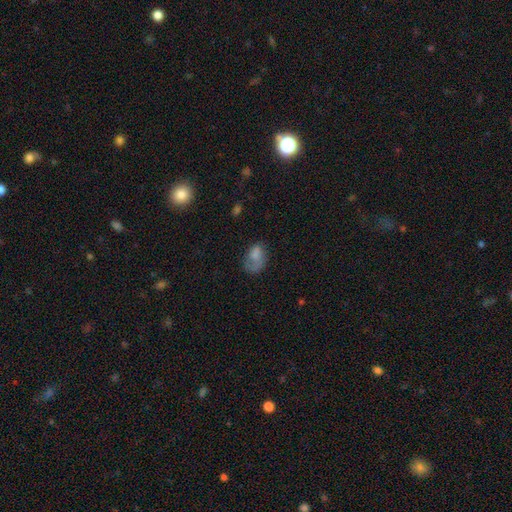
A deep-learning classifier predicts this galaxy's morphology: A smooth galaxy with no disk features (69%) that is in between round and cigar-shaped (85%). Merging: none (36%).